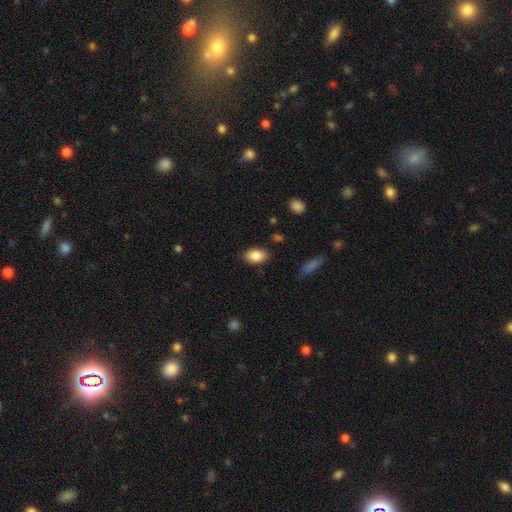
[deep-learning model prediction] The model was most divided on "merging": none: 85%, minor disturbance: 11%, major disturbance: 3%, merger: 1%. More confident: how rounded — in between (88%); smooth or featured — smooth (86%).